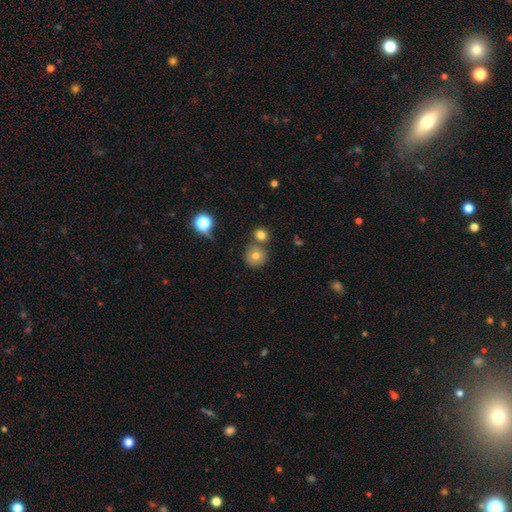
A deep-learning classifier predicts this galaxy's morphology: smooth-or-featured: smooth: 73% | featured or disk: 14% | star or artifact: 13%
  how-rounded: round: 90% | in between: 9% | cigar-shaped: 1%
  merging: none: 67% | merger: 20% | minor disturbance: 10% | major disturbance: 3%